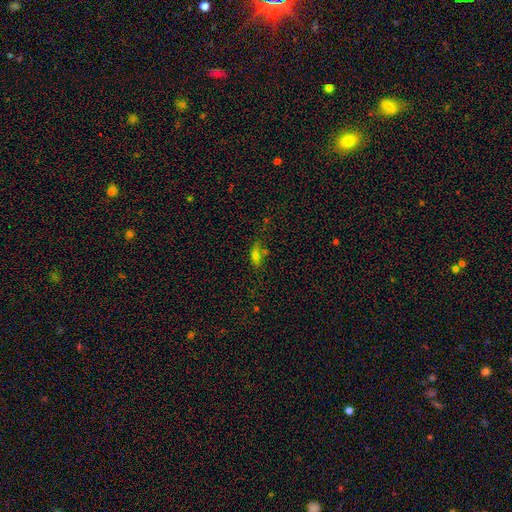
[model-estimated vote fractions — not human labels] Smooth or featured?
  - smooth: 61% *
  - star or artifact: 24%
  - featured or disk: 15%
How rounded?
  - in between: 70% *
  - cigar-shaped: 22%
  - round: 8%
Merging?
  - none: 51% *
  - minor disturbance: 21%
  - merger: 16%
  - major disturbance: 12%